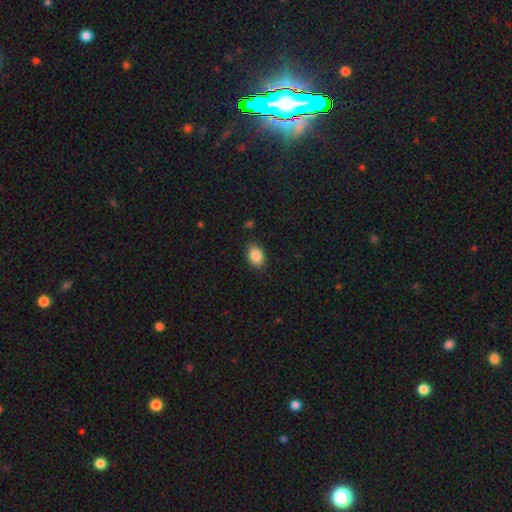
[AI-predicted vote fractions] A smooth galaxy with no disk features (87%) that is in between round and cigar-shaped (77%). Merging: none (87%).